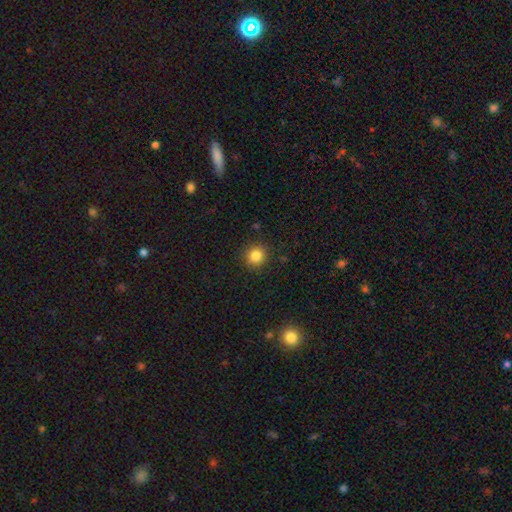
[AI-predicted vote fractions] Smooth or featured?
  - smooth: 85% *
  - star or artifact: 11%
  - featured or disk: 4%
How rounded?
  - round: 90% *
  - in between: 9%
  - cigar-shaped: 1%
Merging?
  - none: 89% *
  - minor disturbance: 7%
  - major disturbance: 2%
  - merger: 1%